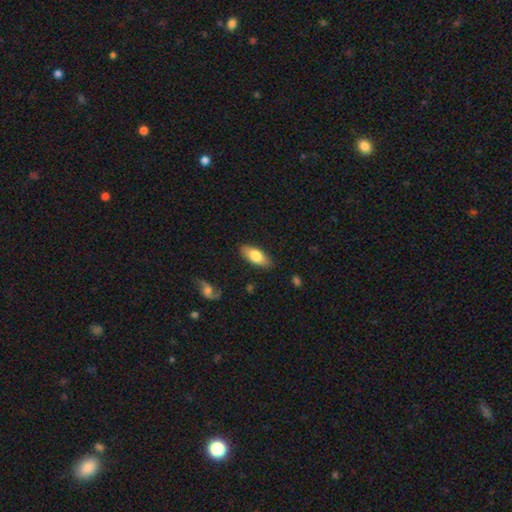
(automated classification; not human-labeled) The model was most divided on "smooth or featured": smooth: 75%, featured or disk: 20%, star or artifact: 6%. More confident: merging — none (86%); how rounded — in between (82%).